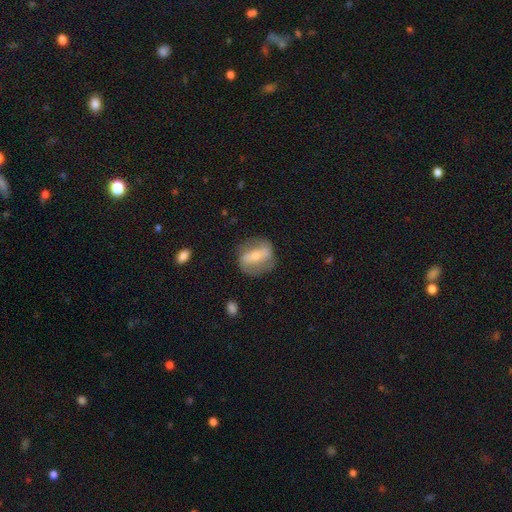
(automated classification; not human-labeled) Smooth or featured? featured or disk (62%)
Edge-on disk? no (90%)
Bar? strong (56%)
Spiral arms? yes (58%)
Bulge size? small (47%)
Merging? none (72%)